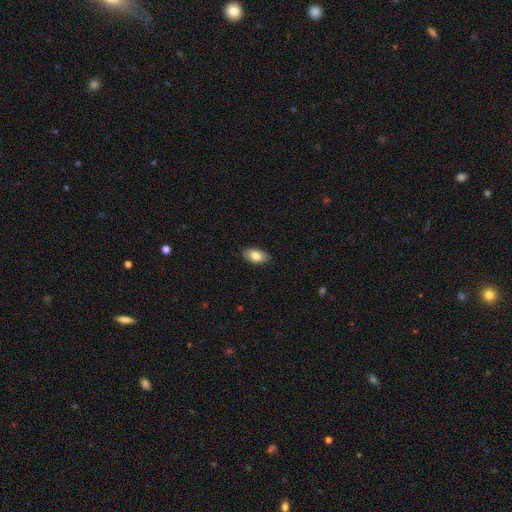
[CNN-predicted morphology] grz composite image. It shows a smooth galaxy with no disk features (82%) that is in between round and cigar-shaped (93%). Merging: none (86%).